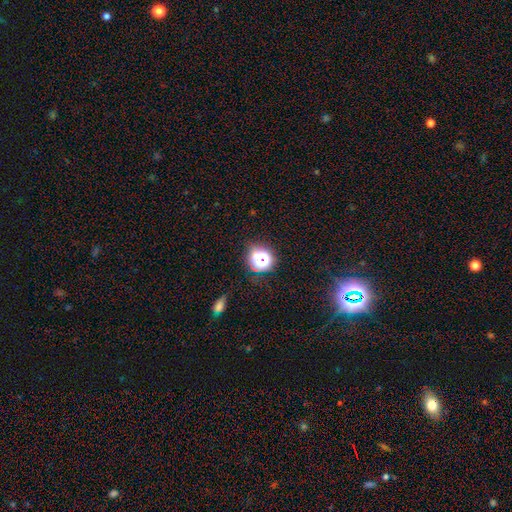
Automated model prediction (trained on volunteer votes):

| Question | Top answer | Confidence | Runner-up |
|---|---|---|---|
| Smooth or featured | star or artifact | 49% | smooth (42%) |